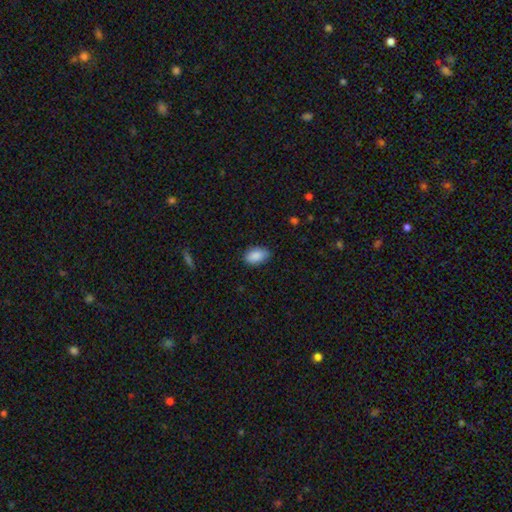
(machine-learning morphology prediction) A smooth galaxy with no disk features (89%) that is in between round and cigar-shaped (91%). Merging: none (81%).